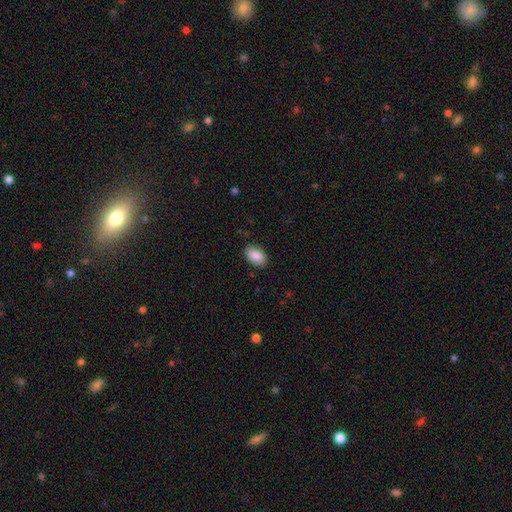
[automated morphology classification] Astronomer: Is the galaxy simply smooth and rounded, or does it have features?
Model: smooth — 89%.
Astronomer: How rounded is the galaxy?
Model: in between — 93%.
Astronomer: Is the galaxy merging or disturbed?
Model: none — 88%.